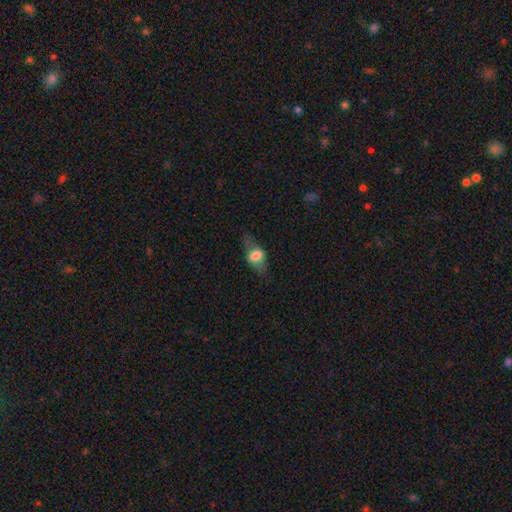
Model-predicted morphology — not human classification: This is possibly a smooth galaxy (52%). How rounded: likely in between (73%). Merging: likely none (67%).